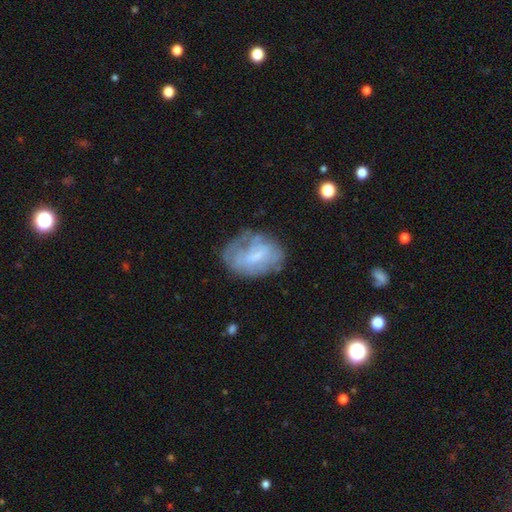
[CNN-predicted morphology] The model was most divided on "smooth or featured": featured or disk: 48%, smooth: 43%, star or artifact: 9%. More confident: merging — none (53%).